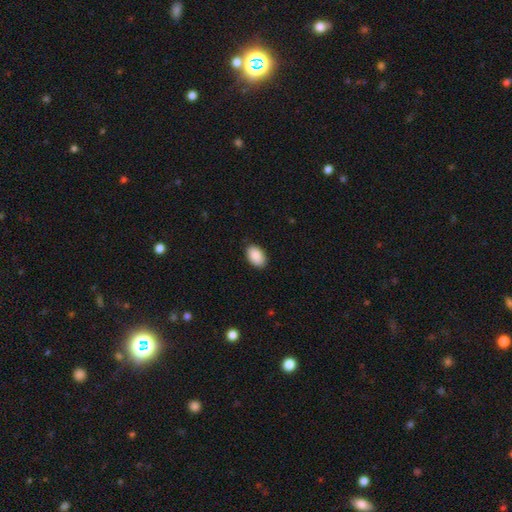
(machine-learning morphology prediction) smooth_or_featured: smooth (p=0.90) [alt: star or artifact p=0.06]
how_rounded: in between (p=0.92) [alt: round p=0.06]
merging: none (p=0.87) [alt: minor disturbance p=0.10]